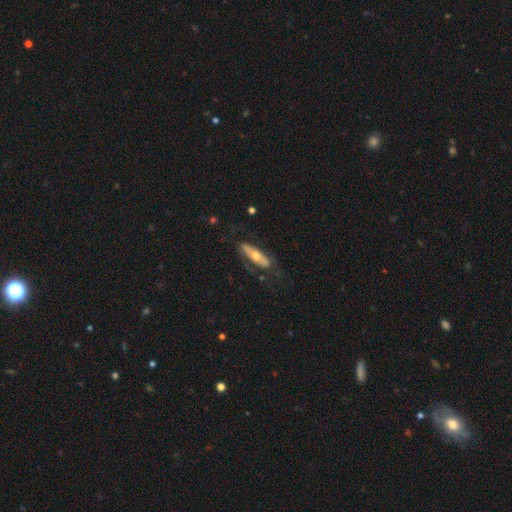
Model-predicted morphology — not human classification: The model was most divided on "edge-on disk": yes: 55%, no: 45%. More confident: merging — none (66%); smooth or featured — featured or disk (53%).